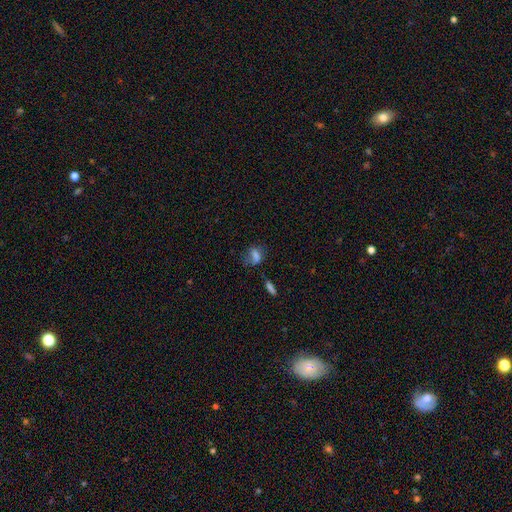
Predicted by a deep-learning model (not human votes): Smooth or featured? Predicted: smooth (p=0.67). How rounded? Predicted: in between (p=0.65). Merging? Predicted: none (p=0.50).